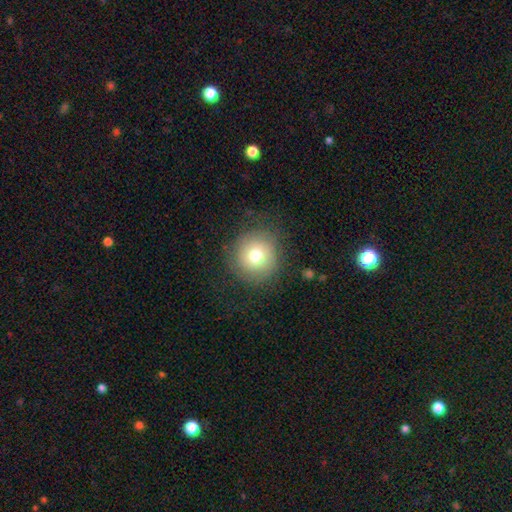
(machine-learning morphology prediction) smooth-or-featured: smooth: 73% | featured or disk: 15% | star or artifact: 12%
  how-rounded: round: 93% | in between: 6% | cigar-shaped: 1%
  merging: none: 83% | minor disturbance: 11% | major disturbance: 5% | merger: 1%